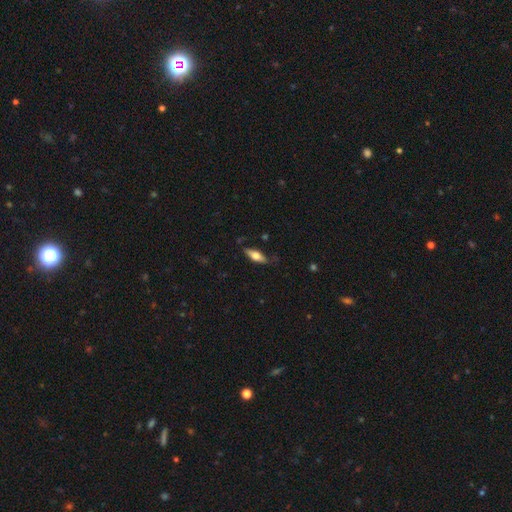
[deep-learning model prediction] Smooth or featured?
  - smooth: 57% *
  - featured or disk: 37%
  - star or artifact: 6%
How rounded?
  - in between: 60% *
  - cigar-shaped: 37%
  - round: 3%
Merging?
  - none: 74% *
  - minor disturbance: 20%
  - major disturbance: 4%
  - merger: 2%